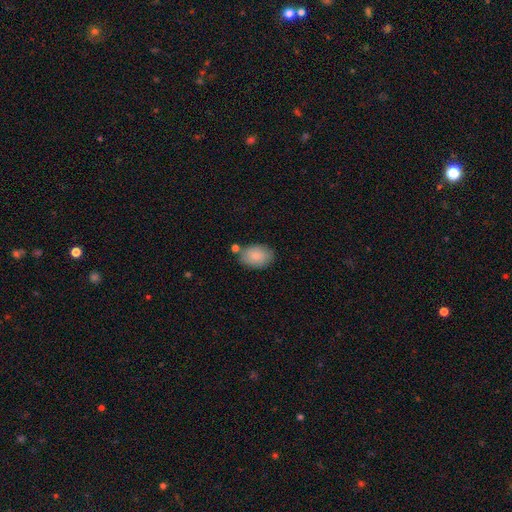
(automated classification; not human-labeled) smooth 84%, featured or disk 9%, star or artifact 6%. Down the decision tree: how rounded — in between (85%); merging — none (72%).